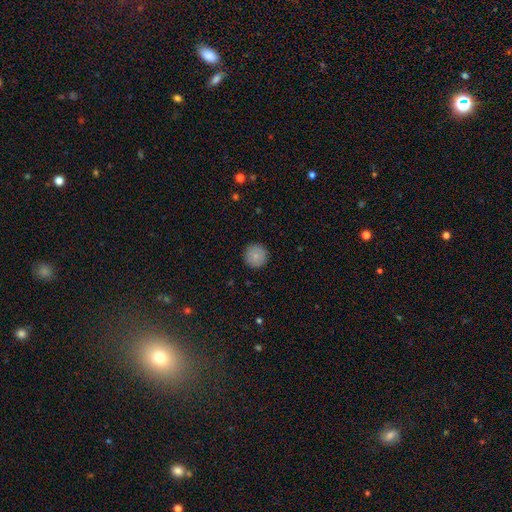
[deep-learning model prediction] A smooth galaxy with no disk features (83%) that is round (96%). Merging: none (92%).